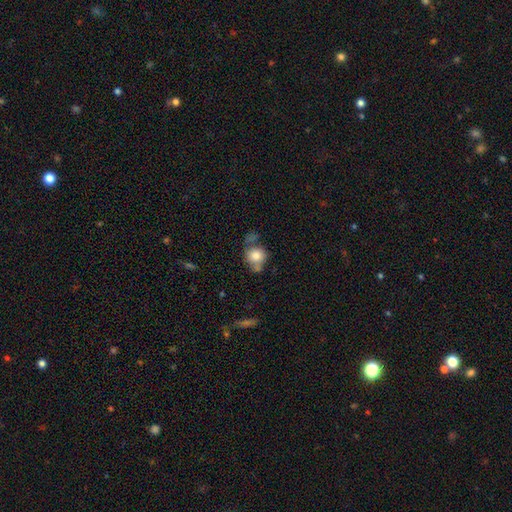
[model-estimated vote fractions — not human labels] Smooth or featured: smooth — 78% (featured or disk — 14%)
How rounded: round — 76% (in between — 23%)
Merging: none — 48% (merger — 21%)